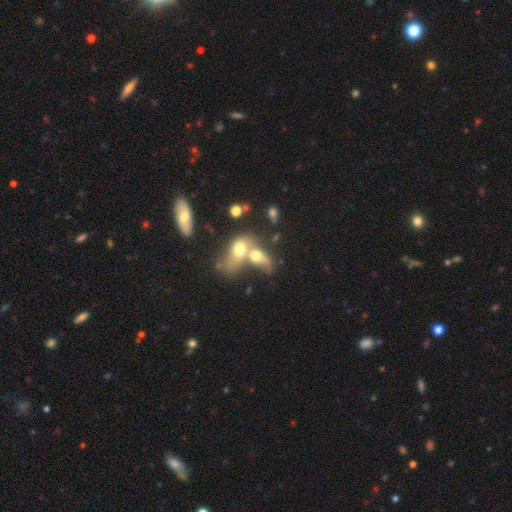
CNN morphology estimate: type=smooth (60%); roundness=in between (76%); merging=merger (81%).